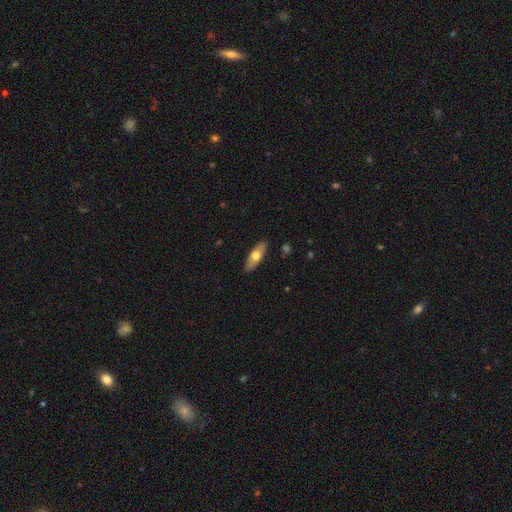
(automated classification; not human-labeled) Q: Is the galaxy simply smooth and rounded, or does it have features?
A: smooth — 61%.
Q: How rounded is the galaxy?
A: in between — 66%.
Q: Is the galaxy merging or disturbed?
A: none — 88%.